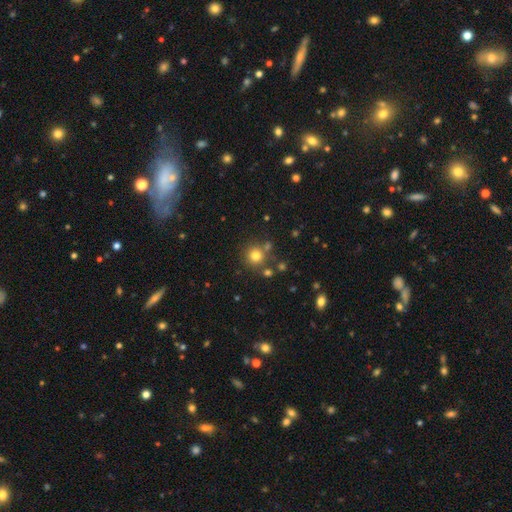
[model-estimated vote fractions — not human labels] Overall: smooth (77%). How rounded: round (93%). Merging: none (77%).